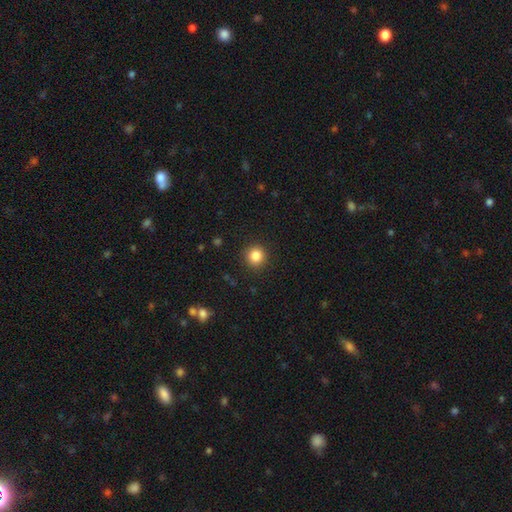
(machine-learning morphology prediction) The model was most divided on "smooth or featured": smooth: 85%, star or artifact: 11%, featured or disk: 4%. More confident: how rounded — round (92%); merging — none (91%).